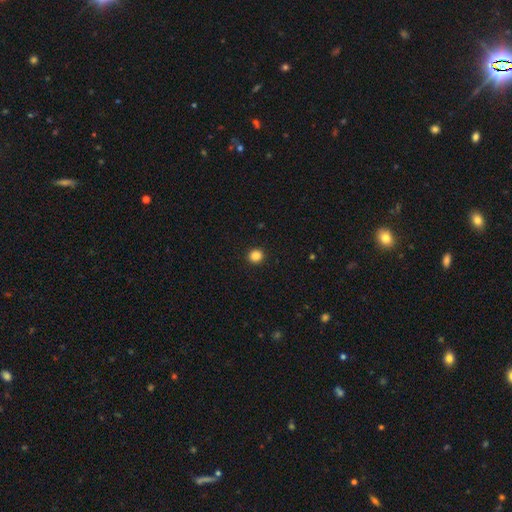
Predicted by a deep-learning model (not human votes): A smooth galaxy with no disk features (85%) that is round (92%). Merging: none (94%).